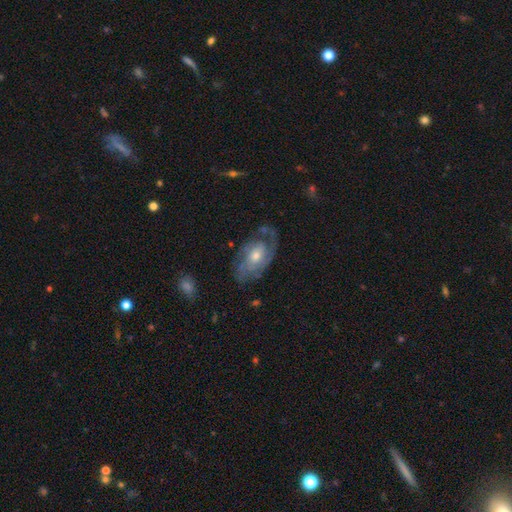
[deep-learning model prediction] featured or disk 77%, smooth 17%, star or artifact 6%. Down the decision tree: edge-on disk — no (95%); bar — no (70%); spiral arms — yes (88%); spiral arm count — 2 (38%); spiral winding — tight (47%); bulge size — moderate (61%); merging — none (62%).